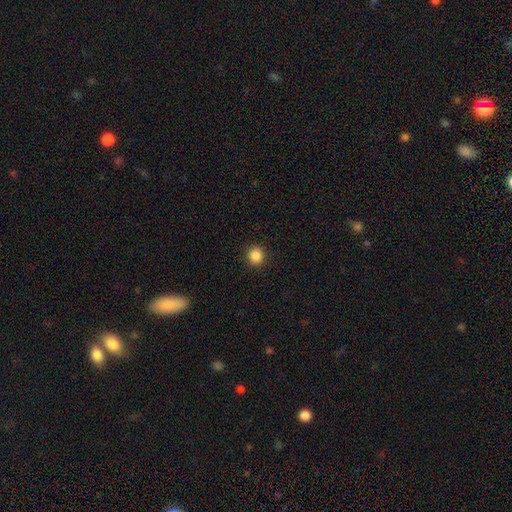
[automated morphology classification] Smooth or featured?
  - smooth: 87% *
  - star or artifact: 11%
  - featured or disk: 3%
How rounded?
  - round: 93% *
  - in between: 6%
  - cigar-shaped: 1%
Merging?
  - none: 92% *
  - minor disturbance: 5%
  - major disturbance: 2%
  - merger: 1%